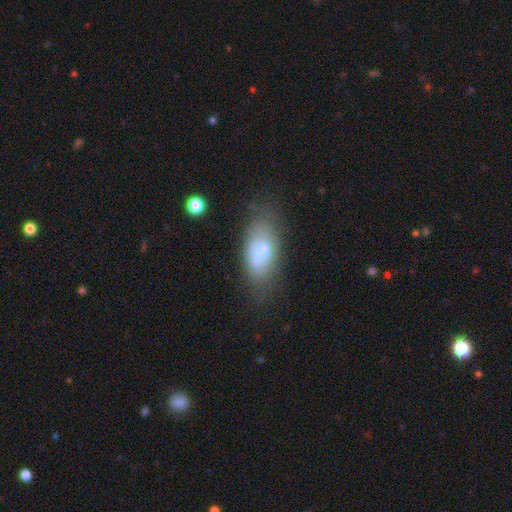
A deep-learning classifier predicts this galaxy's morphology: smooth_or_featured: smooth (p=0.66) [alt: featured or disk p=0.24]
how_rounded: in between (p=0.89) [alt: cigar-shaped p=0.07]
merging: none (p=0.55) [alt: minor disturbance p=0.25]